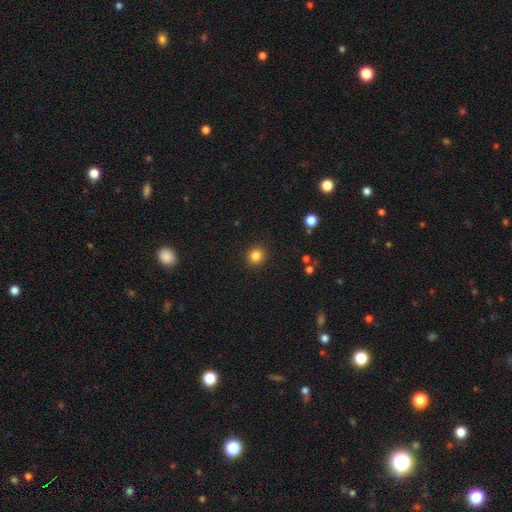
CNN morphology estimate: type=smooth (84%); roundness=round (87%); merging=none (92%).